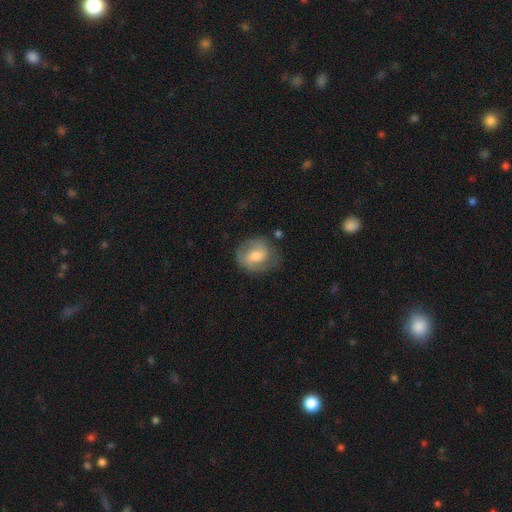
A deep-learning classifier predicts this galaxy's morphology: This appears to be a smooth galaxy with no disk features (47%). Merging: none (63%).